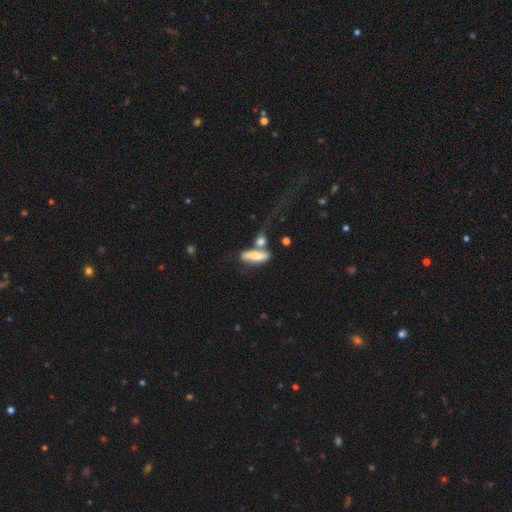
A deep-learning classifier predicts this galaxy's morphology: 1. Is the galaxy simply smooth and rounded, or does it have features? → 63% smooth, 30% featured or disk, 7% star or artifact.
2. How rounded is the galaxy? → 58% in between, 39% cigar-shaped, 4% round.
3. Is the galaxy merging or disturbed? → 40% merger, 32% none, 16% minor disturbance, 13% major disturbance.